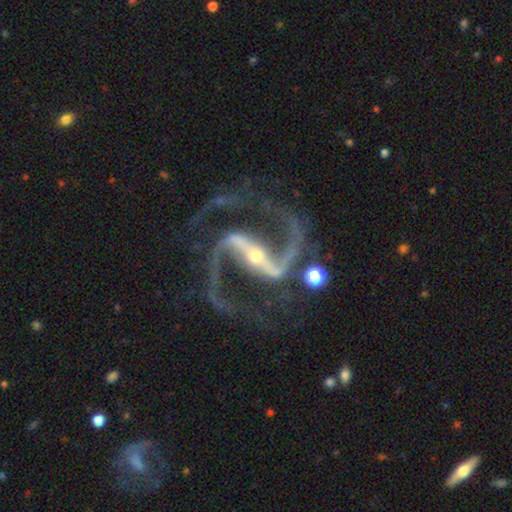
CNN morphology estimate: This is clearly a featured or disk galaxy (94%). It is clearly not viewed edge-on (97%). Bar: clearly strong (82%). Spiral arm pattern: clearly yes (99%). Spiral arm count: clearly 2 (94%). Spiral winding: likely medium (63%). Central bulge: likely small (68%). Merging: likely none (74%).